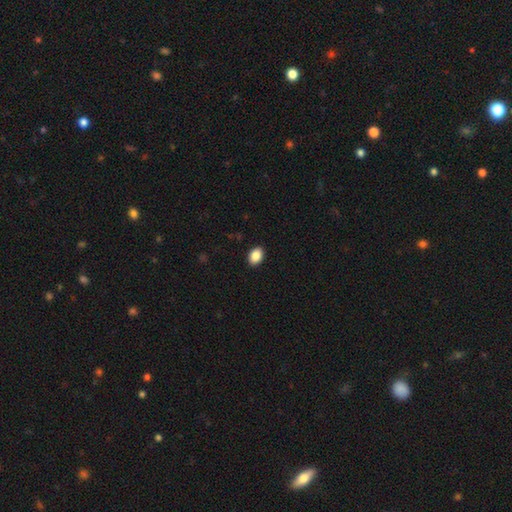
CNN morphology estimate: smooth-or-featured: smooth: 89% | star or artifact: 8% | featured or disk: 4%
  how-rounded: in between: 81% | round: 18% | cigar-shaped: 1%
  merging: none: 91% | minor disturbance: 7% | major disturbance: 2% | merger: 1%